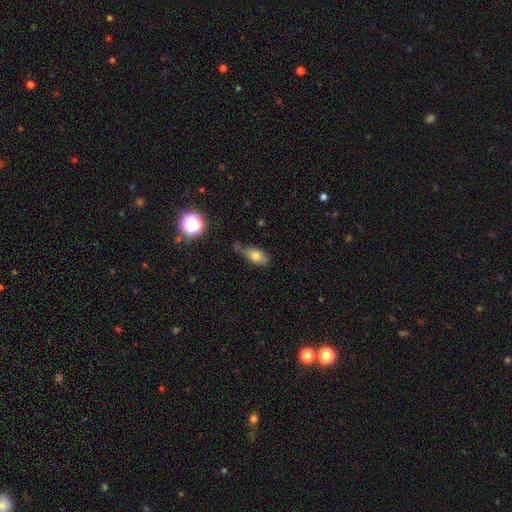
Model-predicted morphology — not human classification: Overall: smooth (75%). How rounded: in between (86%). Merging: none (50%; minor disturbance 29%).